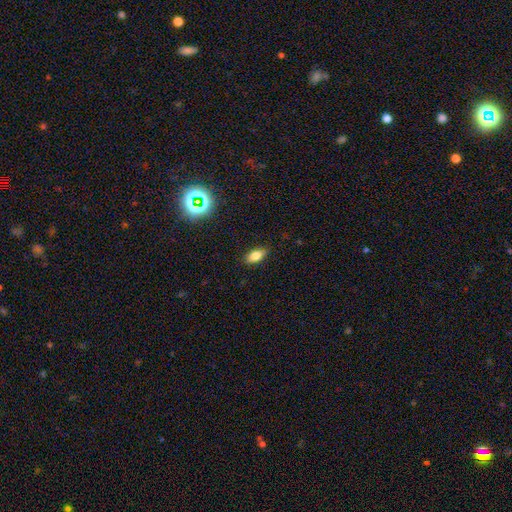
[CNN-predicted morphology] Q: Smooth or featured?
A: smooth (77%); runner-up: star or artifact (12%)
Q: How rounded?
A: in between (86%); runner-up: cigar-shaped (9%)
Q: Merging?
A: none (87%); runner-up: minor disturbance (10%)